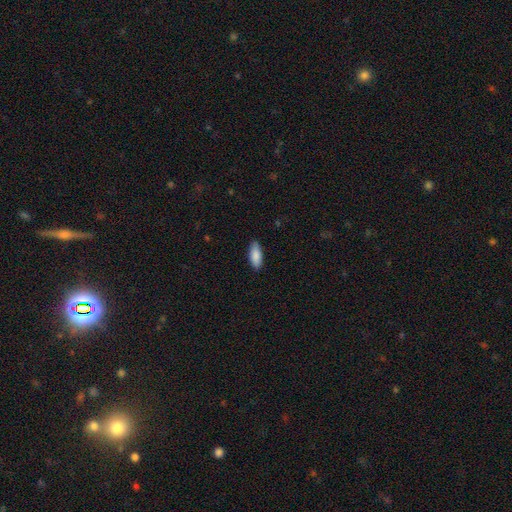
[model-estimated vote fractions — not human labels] Overall: smooth (88%). How rounded: in between (77%). Merging: none (88%).